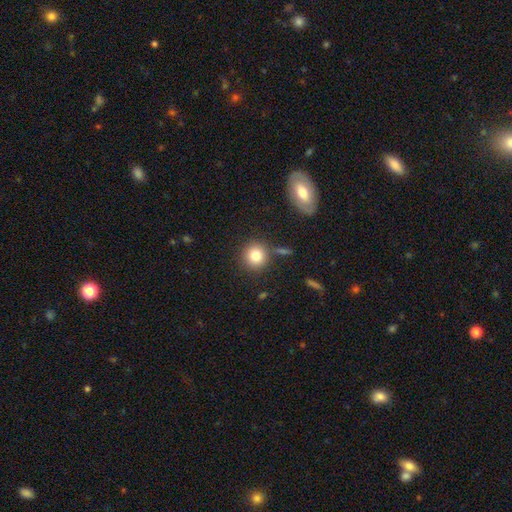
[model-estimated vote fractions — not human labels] Morphology: type=smooth (82%); roundness=round (91%); merging=none (81%).